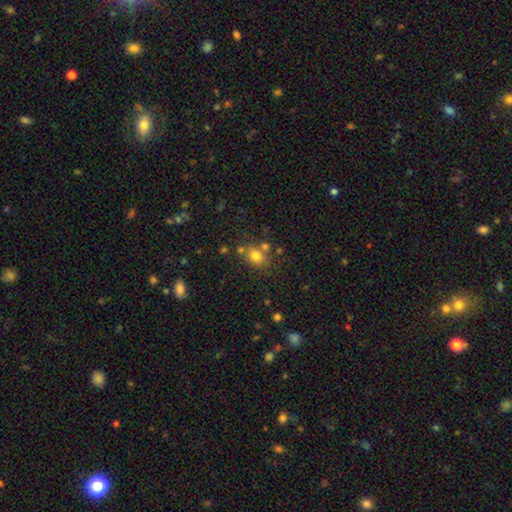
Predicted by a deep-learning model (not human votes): smooth-or-featured: smooth: 77% | star or artifact: 13% | featured or disk: 10%
  how-rounded: round: 55% | in between: 44% | cigar-shaped: 1%
  merging: none: 65% | merger: 17% | minor disturbance: 14% | major disturbance: 5%